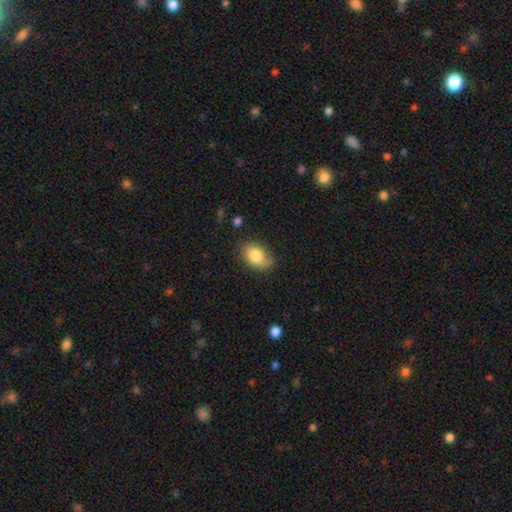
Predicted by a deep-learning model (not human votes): smooth-or-featured: smooth: 79% | featured or disk: 13% | star or artifact: 8%
  how-rounded: in between: 84% | round: 15% | cigar-shaped: 1%
  merging: none: 70% | minor disturbance: 23% | major disturbance: 5% | merger: 2%